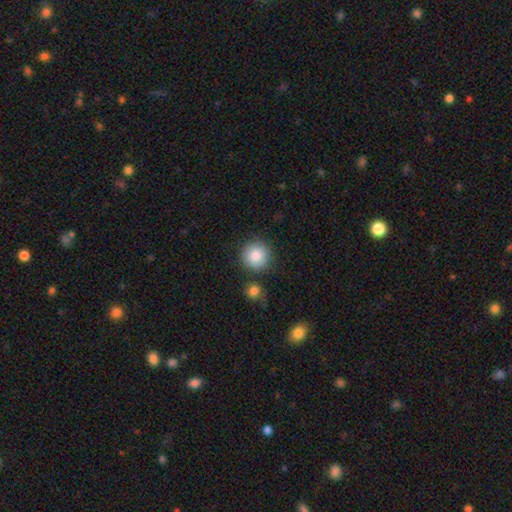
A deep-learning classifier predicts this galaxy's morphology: Smooth or featured? Predicted: smooth (p=0.85). How rounded? Predicted: round (p=0.95). Merging? Predicted: none (p=0.83).